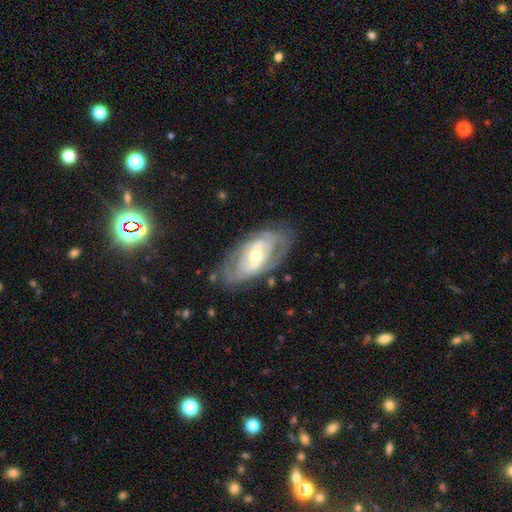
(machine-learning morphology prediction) Smooth or featured? Predicted: featured or disk (p=0.80). Edge-on disk? Predicted: no (p=0.93). Bar? Predicted: strong (p=0.39). Spiral arms? Predicted: yes (p=0.76). Spiral winding? Predicted: tight (p=0.57). Spiral arm count? Predicted: 2 (p=0.53). Bulge size? Predicted: moderate (p=0.56). Merging? Predicted: none (p=0.73).